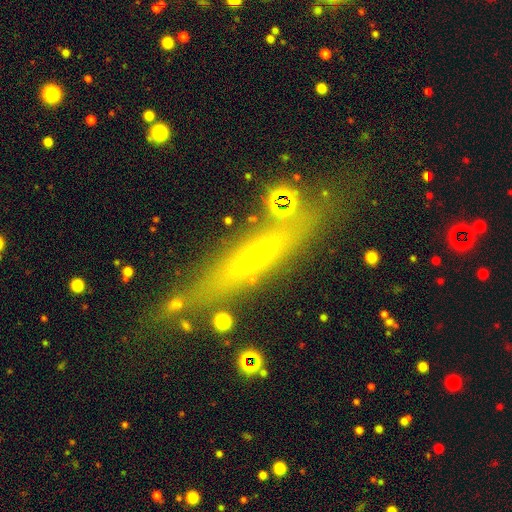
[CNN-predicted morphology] Smooth or featured? featured or disk (55%)
Edge-on disk? yes (78%)
Merging? none (69%)